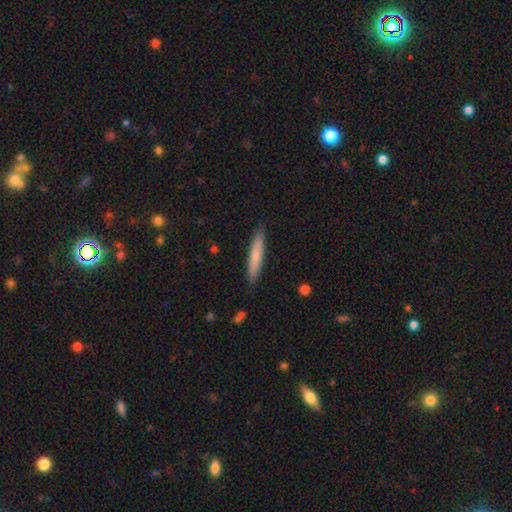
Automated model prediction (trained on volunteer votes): This appears to be a smooth galaxy with no disk features (73%) that is cigar-shaped (92%). Merging: none (90%).